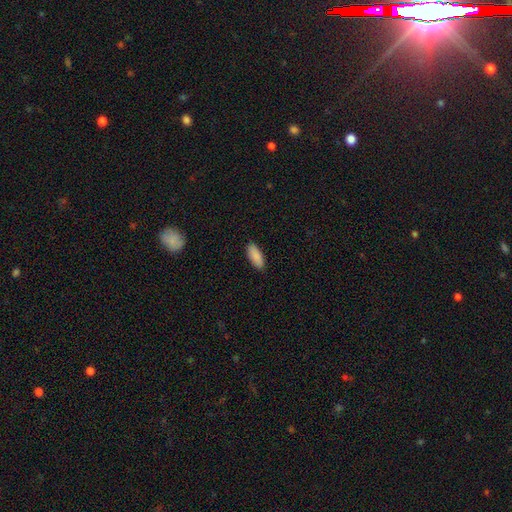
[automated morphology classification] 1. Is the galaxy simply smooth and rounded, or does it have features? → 89% smooth, 6% star or artifact, 5% featured or disk.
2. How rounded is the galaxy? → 79% in between, 19% cigar-shaped, 2% round.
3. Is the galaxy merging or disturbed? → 89% none, 8% minor disturbance, 2% major disturbance, 1% merger.